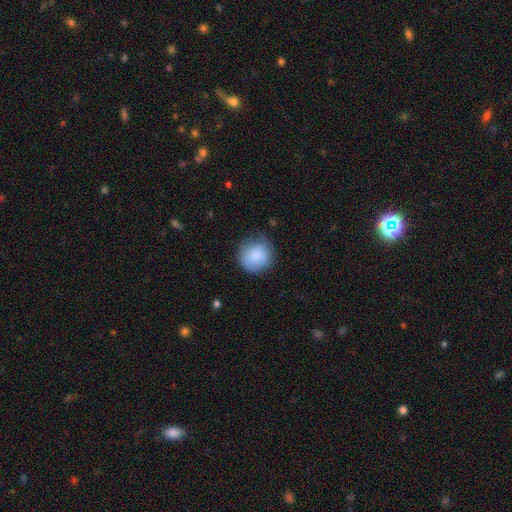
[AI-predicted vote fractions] smooth-or-featured: smooth: 86% | star or artifact: 7% | featured or disk: 7%
  how-rounded: round: 90% | in between: 9% | cigar-shaped: 1%
  merging: none: 71% | minor disturbance: 21% | major disturbance: 6% | merger: 1%